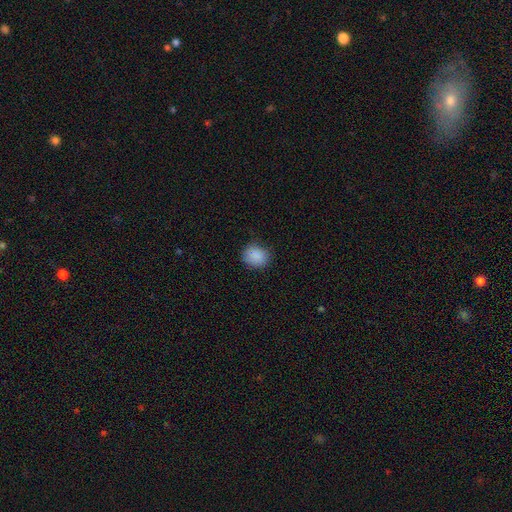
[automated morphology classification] This is clearly a smooth galaxy (87%). How rounded: likely round (70%). Merging: likely none (79%).